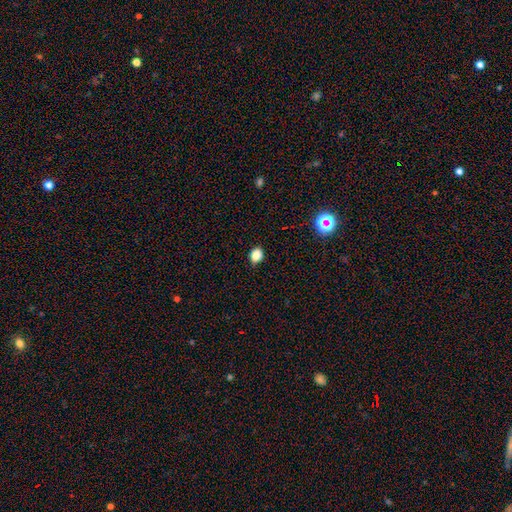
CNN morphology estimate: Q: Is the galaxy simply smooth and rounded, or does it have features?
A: smooth — 84%.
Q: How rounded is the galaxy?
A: in between — 55%.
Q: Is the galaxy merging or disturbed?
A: none — 83%.